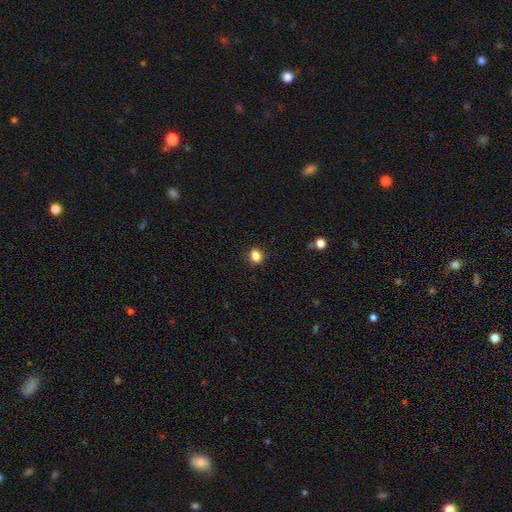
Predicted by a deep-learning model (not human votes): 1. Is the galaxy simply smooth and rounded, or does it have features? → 85% smooth, 11% star or artifact, 4% featured or disk.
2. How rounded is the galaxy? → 57% round, 41% in between, 1% cigar-shaped.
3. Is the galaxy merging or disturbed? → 89% none, 8% minor disturbance, 2% major disturbance, 1% merger.